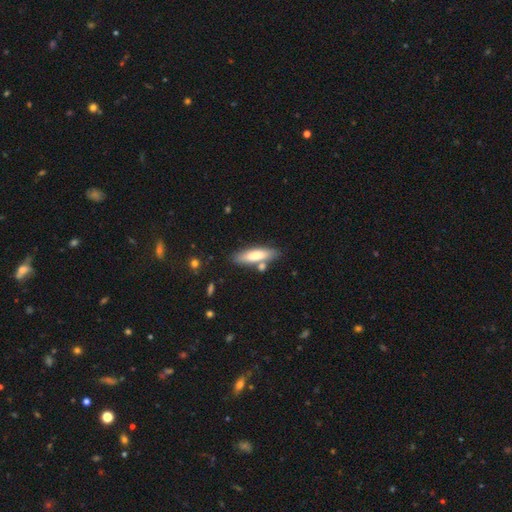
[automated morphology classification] smooth 75%, featured or disk 20%, star or artifact 6%. Down the decision tree: how rounded — cigar-shaped (60%); merging — none (74%).